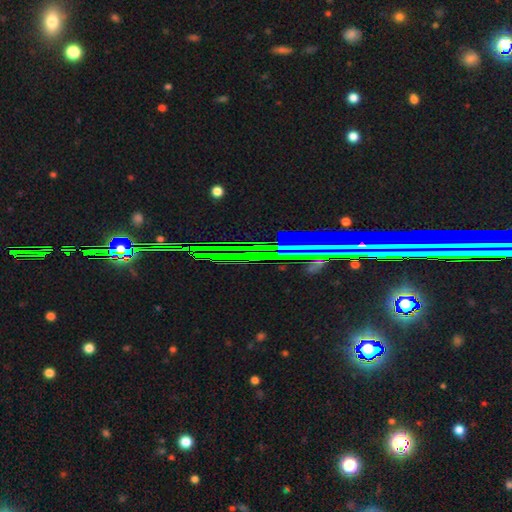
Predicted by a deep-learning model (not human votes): The model was most divided on "smooth or featured": star or artifact: 75%, featured or disk: 16%, smooth: 9%.